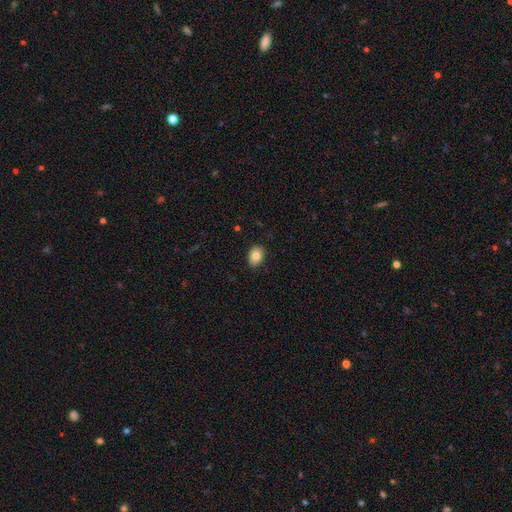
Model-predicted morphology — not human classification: smooth 84%, star or artifact 8%, featured or disk 8%. Down the decision tree: how rounded — in between (79%); merging — none (87%).